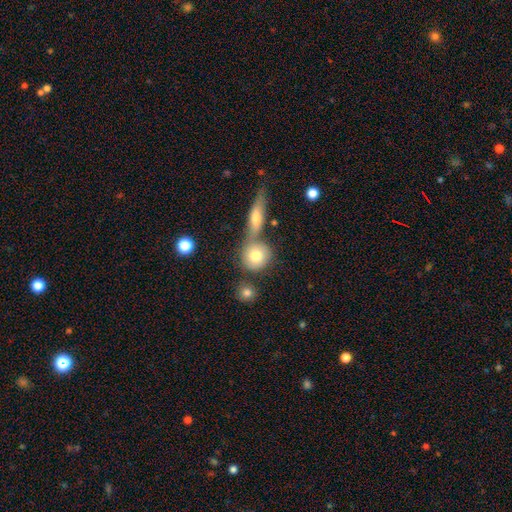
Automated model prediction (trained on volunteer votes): Smooth or featured? smooth (78%)
How rounded? round (83%)
Merging? none (52%)